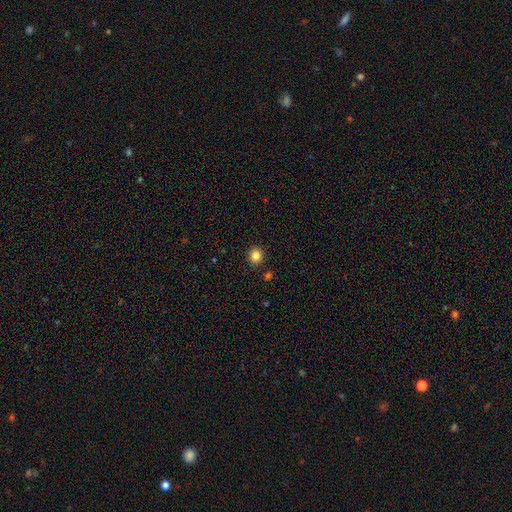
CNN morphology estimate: Overall: smooth (85%). How rounded: round (75%). Merging: none (90%).